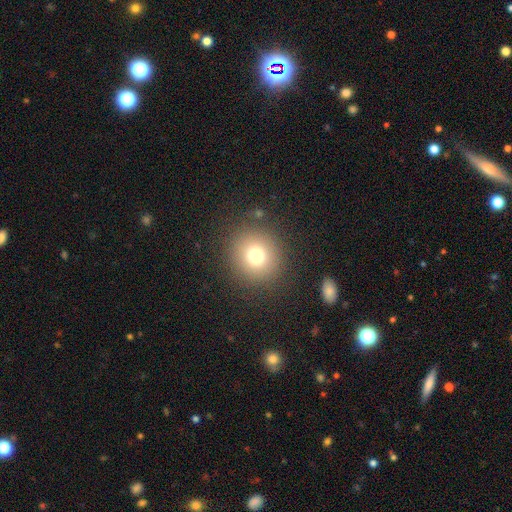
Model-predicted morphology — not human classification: smooth-or-featured: smooth: 75% | star or artifact: 15% | featured or disk: 10%
  how-rounded: round: 92% | in between: 7% | cigar-shaped: 1%
  merging: none: 88% | minor disturbance: 7% | major disturbance: 4% | merger: 2%